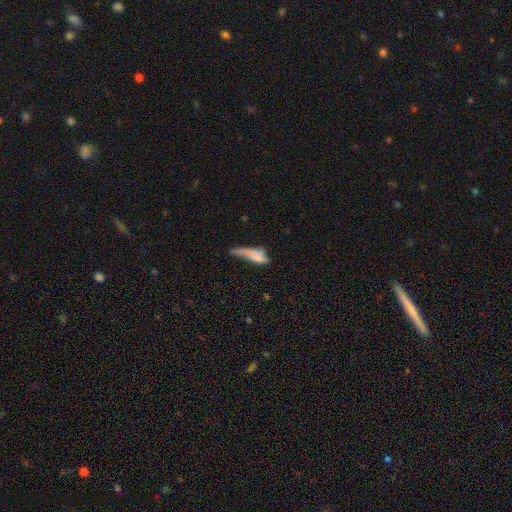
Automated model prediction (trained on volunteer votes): A smooth galaxy with no disk features (59%) that is cigar-shaped (50%).

Vote fractions:
- Smooth or featured? smooth: 59% / featured or disk: 32% / star or artifact: 9%
- How rounded? cigar-shaped: 50% / in between: 46% / round: 4%
- Merging? major disturbance: 38% / merger: 21% / minor disturbance: 21% / none: 20%